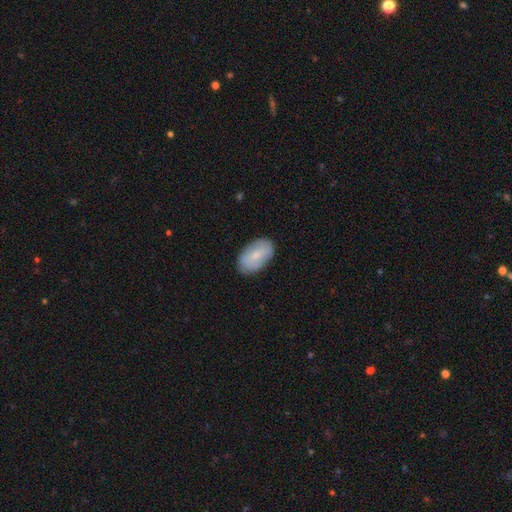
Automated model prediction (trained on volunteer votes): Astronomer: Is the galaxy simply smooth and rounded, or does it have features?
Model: smooth — 69%.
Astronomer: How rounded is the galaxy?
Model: in between — 93%.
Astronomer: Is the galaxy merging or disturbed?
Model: none — 84%.